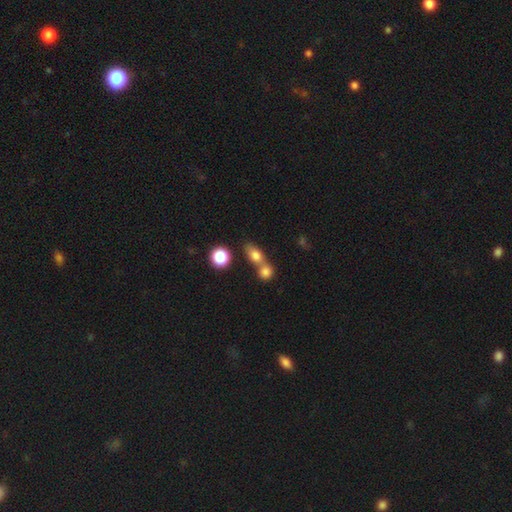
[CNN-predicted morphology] A smooth galaxy with no disk features (77%) that is in between round and cigar-shaped (56%). Merging: merger (54%).